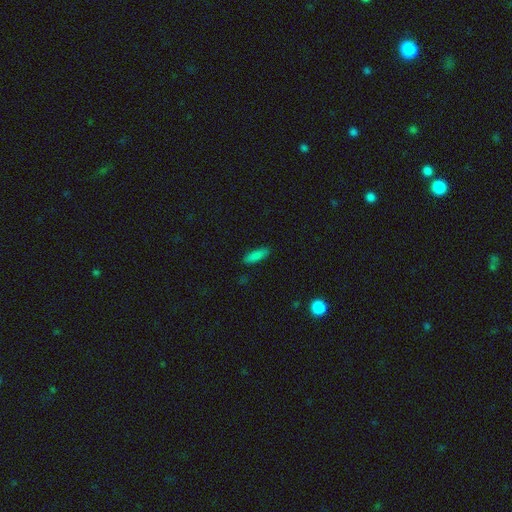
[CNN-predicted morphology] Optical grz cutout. It shows a smooth galaxy with no disk features (85%) that is cigar-shaped (61%). Merging: none (87%).